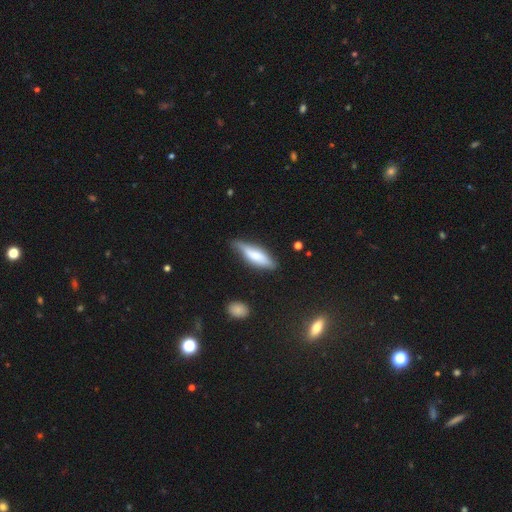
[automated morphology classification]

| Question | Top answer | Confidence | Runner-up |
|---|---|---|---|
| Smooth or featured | smooth | 61% | featured or disk (32%) |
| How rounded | cigar-shaped | 59% | in between (39%) |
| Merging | none | 67% | minor disturbance (25%) |